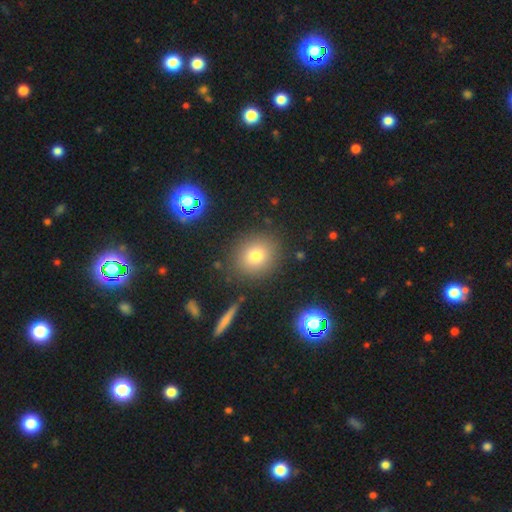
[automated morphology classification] Smooth or featured?
  - smooth: 75% *
  - star or artifact: 15%
  - featured or disk: 10%
How rounded?
  - round: 82% *
  - in between: 17%
  - cigar-shaped: 1%
Merging?
  - none: 87% *
  - minor disturbance: 8%
  - major disturbance: 3%
  - merger: 2%